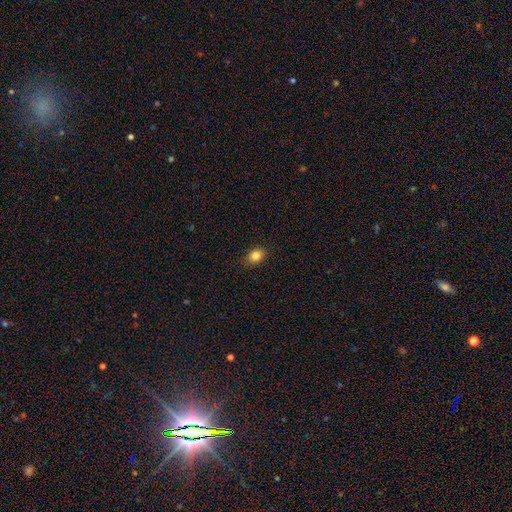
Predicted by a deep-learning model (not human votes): Q: Smooth or featured?
A: smooth (83%); runner-up: star or artifact (10%)
Q: How rounded?
A: in between (71%); runner-up: round (28%)
Q: Merging?
A: none (85%); runner-up: minor disturbance (12%)